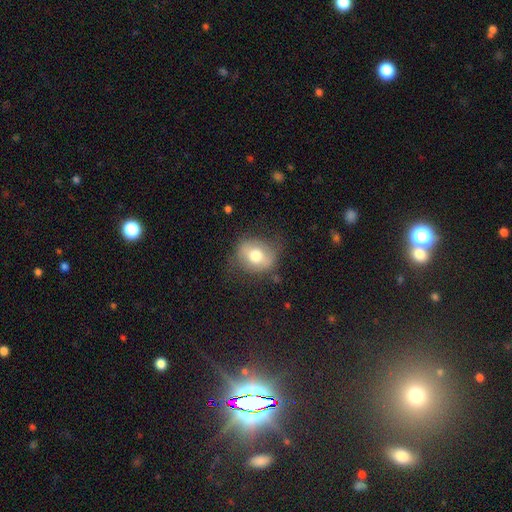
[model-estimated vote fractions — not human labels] Smooth or featured? smooth (62%)
How rounded? round (56%)
Merging? none (69%)